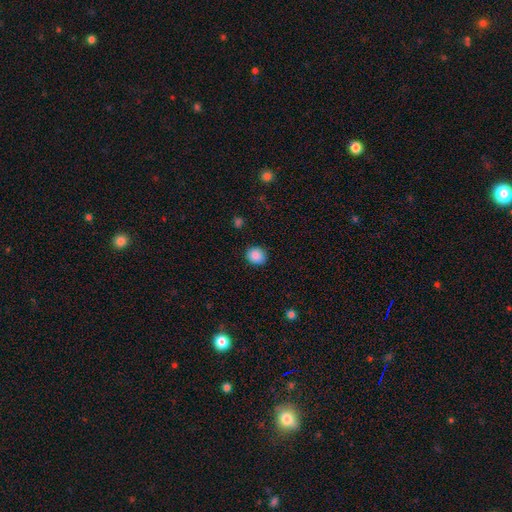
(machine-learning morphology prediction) A smooth galaxy with no disk features (88%) that is round (74%). Merging: none (87%).